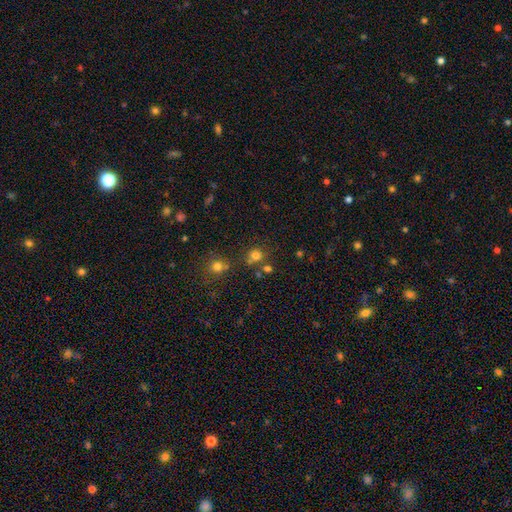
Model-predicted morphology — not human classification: Q: Smooth or featured?
A: smooth (74%); runner-up: star or artifact (19%)
Q: How rounded?
A: round (88%); runner-up: in between (11%)
Q: Merging?
A: none (68%); runner-up: merger (19%)